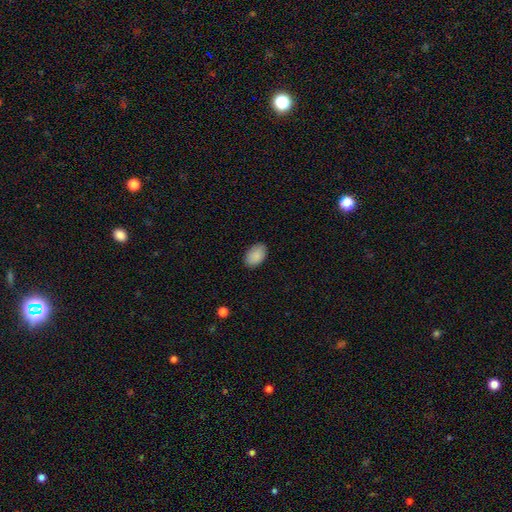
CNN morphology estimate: smooth-or-featured: smooth: 90% | star or artifact: 7% | featured or disk: 3%
  how-rounded: in between: 92% | round: 7% | cigar-shaped: 1%
  merging: none: 87% | minor disturbance: 10% | major disturbance: 2% | merger: 1%